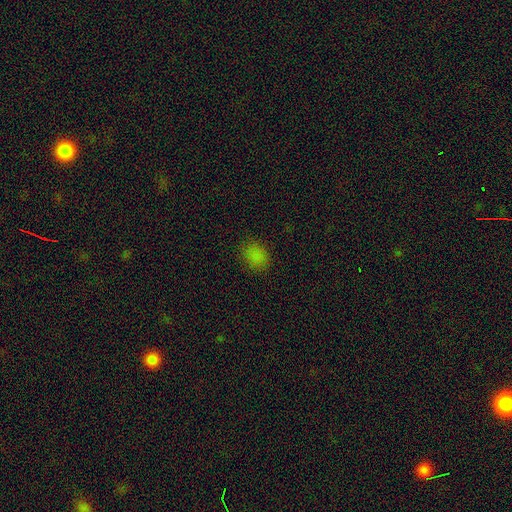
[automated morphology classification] smooth 80%, star or artifact 16%, featured or disk 4%. Down the decision tree: how rounded — in between (50%); merging — none (82%).